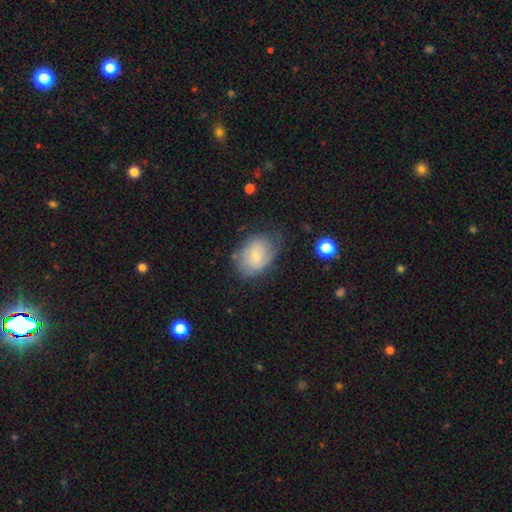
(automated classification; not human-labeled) smooth_or_featured: smooth (p=0.68) [alt: featured or disk p=0.24]
how_rounded: in between (p=0.72) [alt: round p=0.27]
merging: none (p=0.60) [alt: minor disturbance p=0.28]